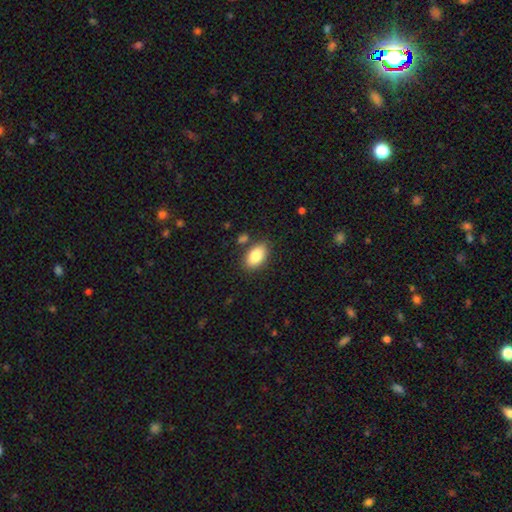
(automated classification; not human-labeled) Q: Smooth or featured?
A: smooth (85%); runner-up: featured or disk (8%)
Q: How rounded?
A: in between (92%); runner-up: round (6%)
Q: Merging?
A: none (81%); runner-up: minor disturbance (11%)